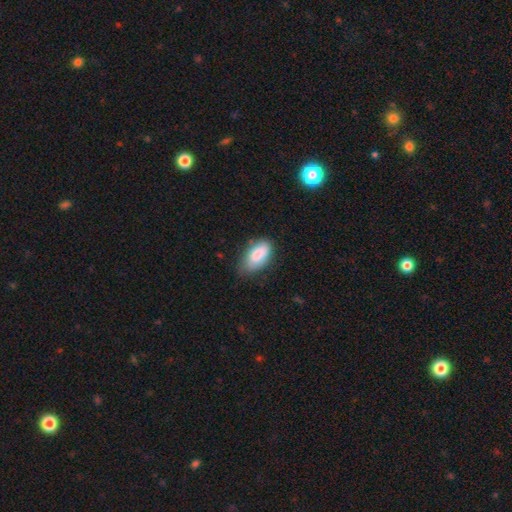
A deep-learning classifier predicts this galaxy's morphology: The model was most divided on "merging": none: 63%, minor disturbance: 30%, major disturbance: 6%, merger: 2%. More confident: how rounded — in between (93%); smooth or featured — smooth (85%).